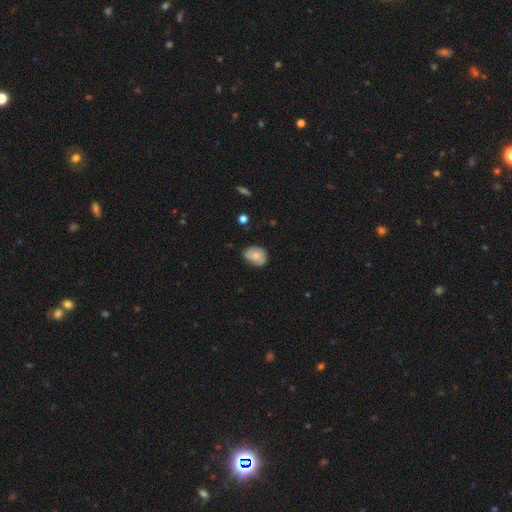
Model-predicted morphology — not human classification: A smooth galaxy with no disk features (66%) that is in between round and cigar-shaped (57%).

Vote fractions:
- Smooth or featured? smooth: 66% / featured or disk: 26% / star or artifact: 8%
- How rounded? in between: 57% / round: 42% / cigar-shaped: 1%
- Merging? none: 59% / minor disturbance: 33% / major disturbance: 6% / merger: 2%